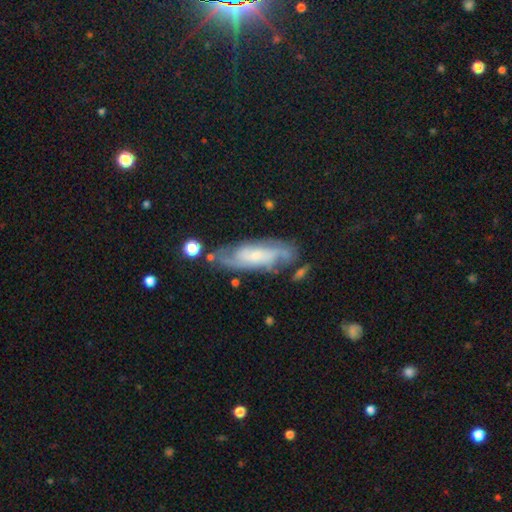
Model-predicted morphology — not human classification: Smooth or featured? Predicted: featured or disk (p=0.74). Edge-on disk? Predicted: no (p=0.86). Bar? Predicted: no (p=0.58). Spiral arms? Predicted: yes (p=0.92). Spiral winding? Predicted: tight (p=0.46). Spiral arm count? Predicted: 2 (p=0.49). Bulge size? Predicted: small (p=0.62). Merging? Predicted: none (p=0.66).